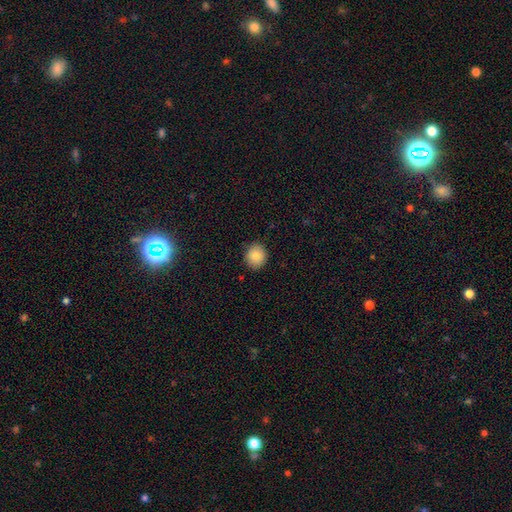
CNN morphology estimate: smooth_or_featured: smooth (p=0.86) [alt: star or artifact p=0.08]
how_rounded: round (p=0.78) [alt: in between p=0.21]
merging: none (p=0.88) [alt: minor disturbance p=0.09]